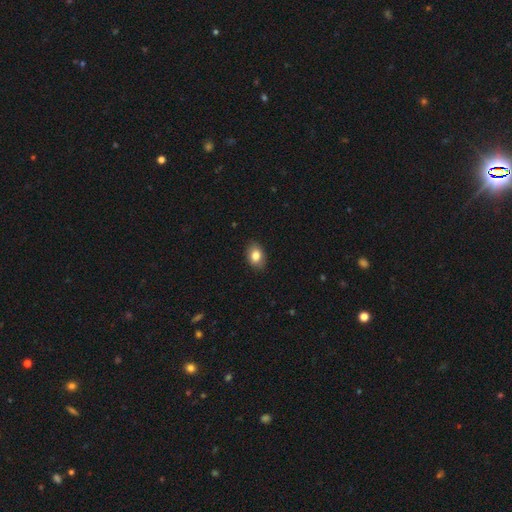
Overall: smooth (89%). How rounded: in between (78%). Merging: none (83%).